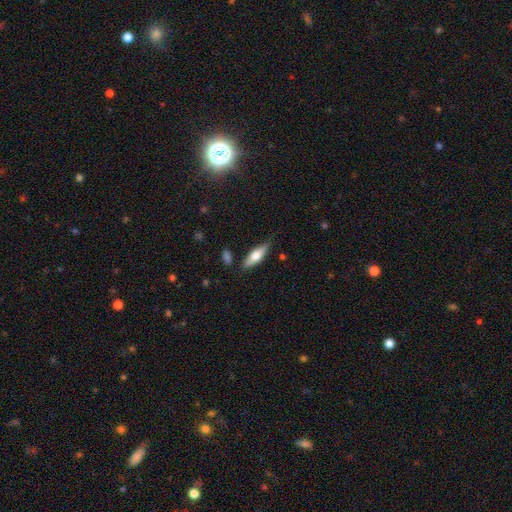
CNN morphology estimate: type=smooth (58%); roundness=cigar-shaped (53%); merging=none (79%).